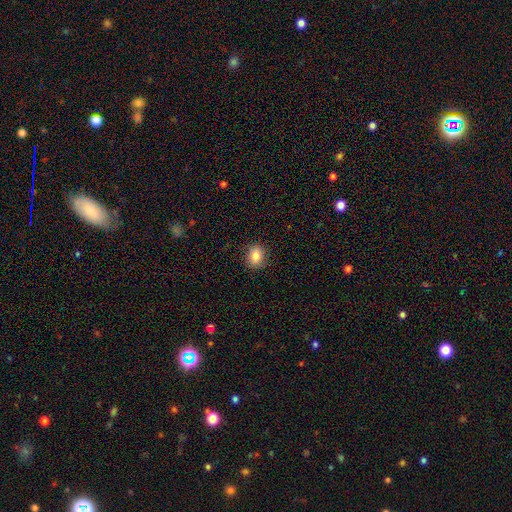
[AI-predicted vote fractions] The model was most divided on "how rounded": round: 50%, in between: 48%, cigar-shaped: 1%. More confident: merging — none (86%); smooth or featured — smooth (83%).